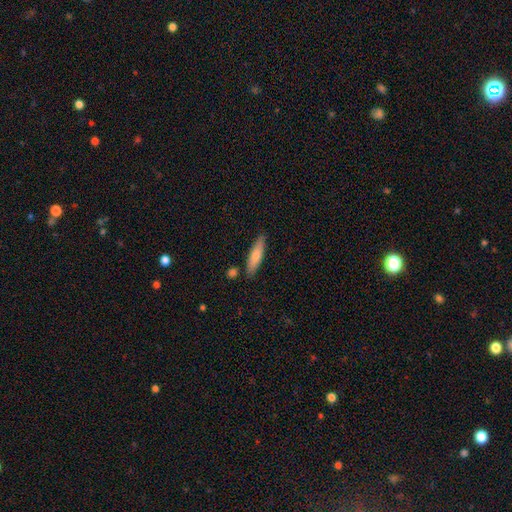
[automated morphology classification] Q: Smooth or featured?
A: smooth (73%); runner-up: featured or disk (22%)
Q: How rounded?
A: cigar-shaped (72%); runner-up: in between (26%)
Q: Merging?
A: none (83%); runner-up: minor disturbance (11%)